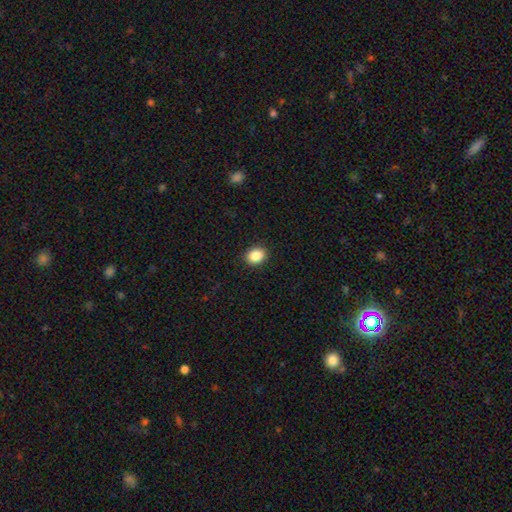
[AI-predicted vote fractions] This appears to be a smooth galaxy with no disk features (87%) that is round (50%). Merging: none (91%).